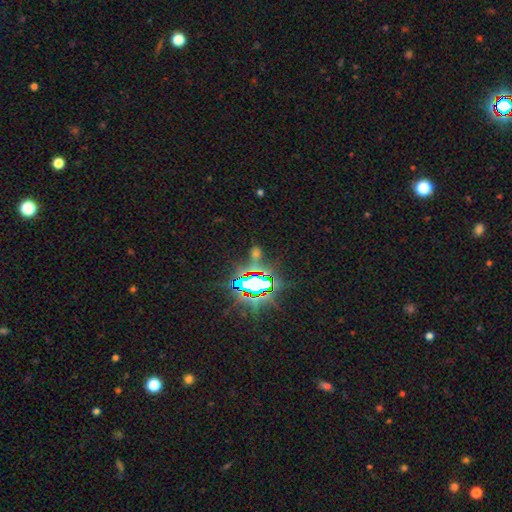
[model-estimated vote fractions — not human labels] Smooth or featured?
  - star or artifact: 77% *
  - smooth: 14%
  - featured or disk: 9%